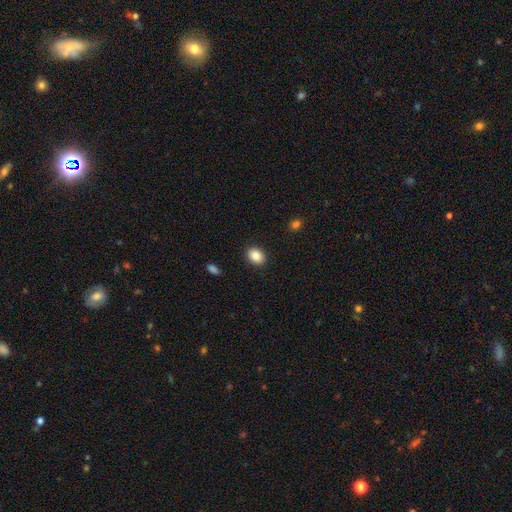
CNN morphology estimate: smooth 87%, star or artifact 8%, featured or disk 5%. Down the decision tree: how rounded — in between (68%); merging — none (89%).